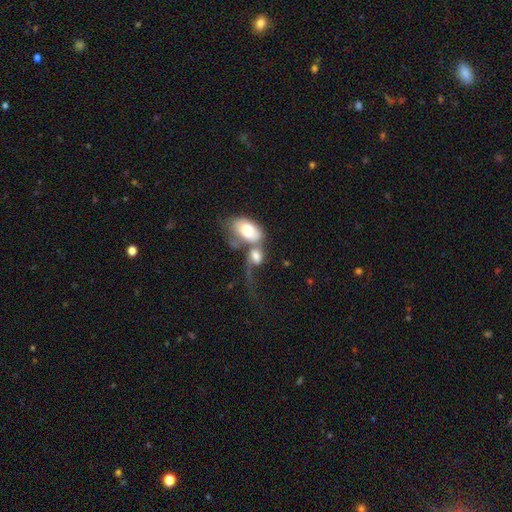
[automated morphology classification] This is possibly a smooth galaxy (60%). How rounded: clearly in between (81%). Merging: likely merger (66%).